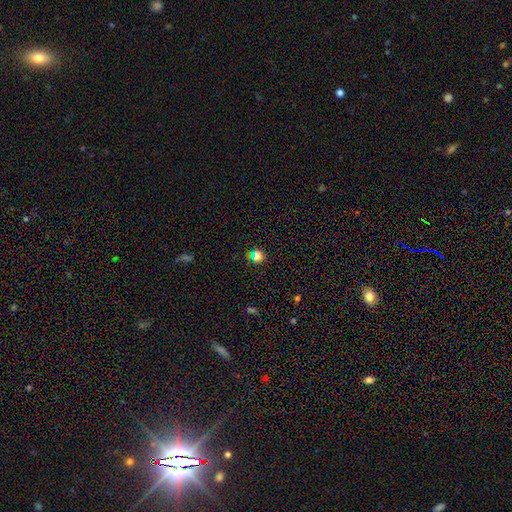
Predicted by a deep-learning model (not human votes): Smooth or featured? smooth (67%)
How rounded? round (78%)
Merging? none (82%)